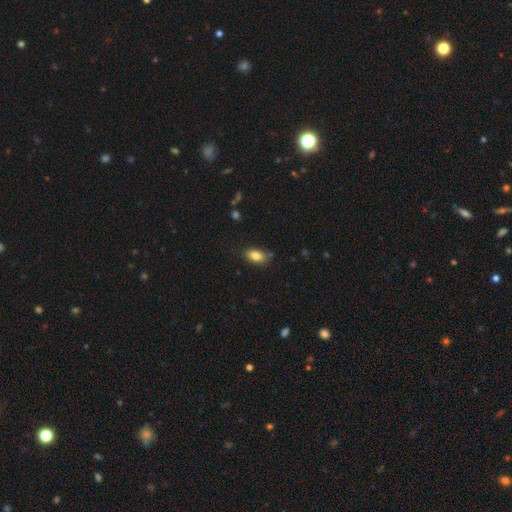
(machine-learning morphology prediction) The model was most divided on "merging": none: 81%, minor disturbance: 13%, merger: 3%, major disturbance: 3%. More confident: how rounded — in between (90%); smooth or featured — smooth (84%).